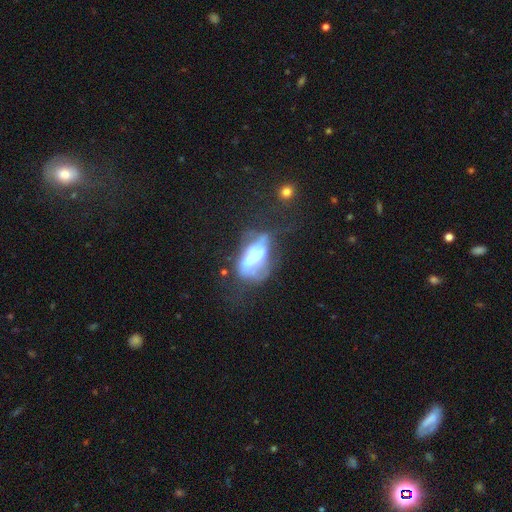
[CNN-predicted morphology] featured or disk 58%, smooth 30%, star or artifact 12%. Down the decision tree: edge-on disk — no (89%); bar — no (52%); spiral arms — no (82%); bulge size — moderate (35%); merging — major disturbance (35%).